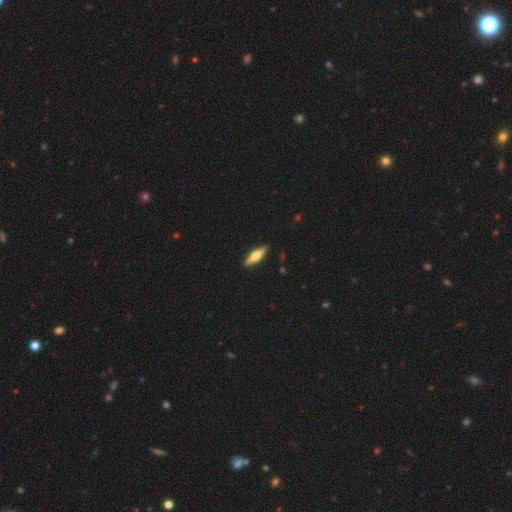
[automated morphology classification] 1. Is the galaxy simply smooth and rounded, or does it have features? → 48% featured or disk, 47% smooth, 6% star or artifact.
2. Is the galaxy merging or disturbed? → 90% none, 7% minor disturbance, 1% major disturbance, 1% merger.